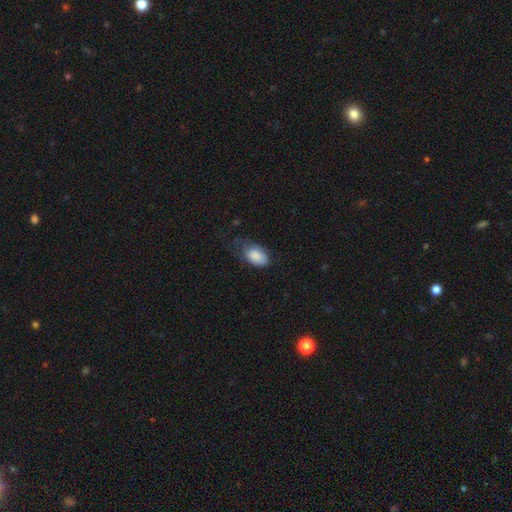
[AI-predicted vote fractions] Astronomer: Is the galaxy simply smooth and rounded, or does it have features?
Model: smooth — 84%.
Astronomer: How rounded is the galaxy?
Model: in between — 92%.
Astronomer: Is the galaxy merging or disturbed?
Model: minor disturbance — 38% (runner-up: none, 37%).